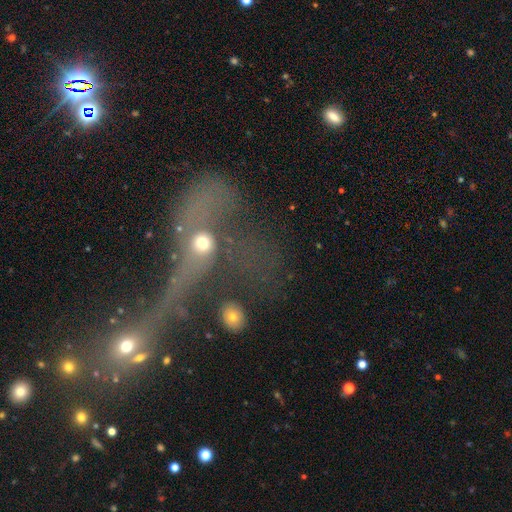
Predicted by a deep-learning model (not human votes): Smooth or featured?
  - featured or disk: 39% *
  - star or artifact: 30%
  - smooth: 30%
Merging?
  - merger: 58% *
  - major disturbance: 24%
  - none: 11%
  - minor disturbance: 7%